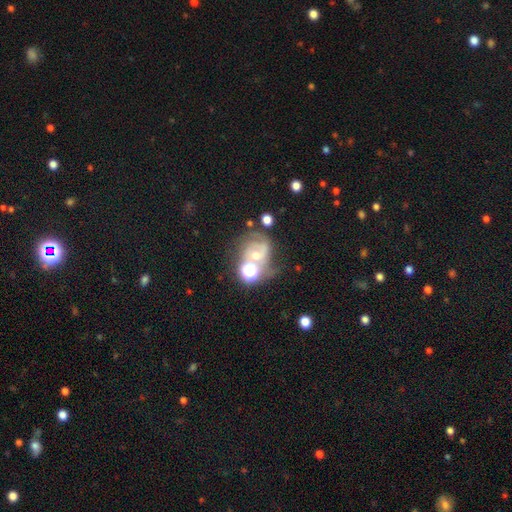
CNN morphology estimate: This appears to be a featured or disk galaxy (57%) with no bar (61%), spiral arms (82%) and a moderate central bulge (46%). Merging: none (44%).